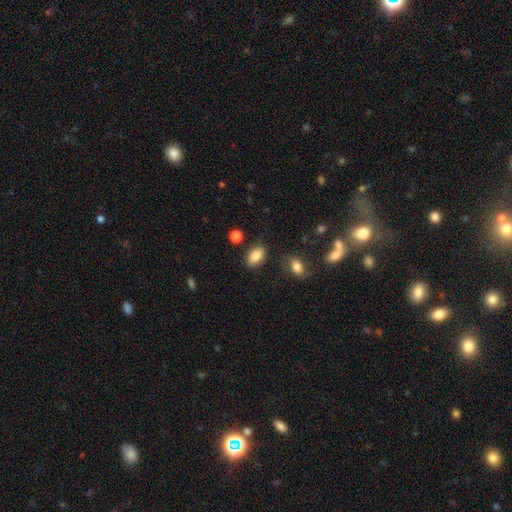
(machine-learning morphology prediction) A smooth galaxy with no disk features (85%) that is in between round and cigar-shaped (89%). Merging: none (83%).